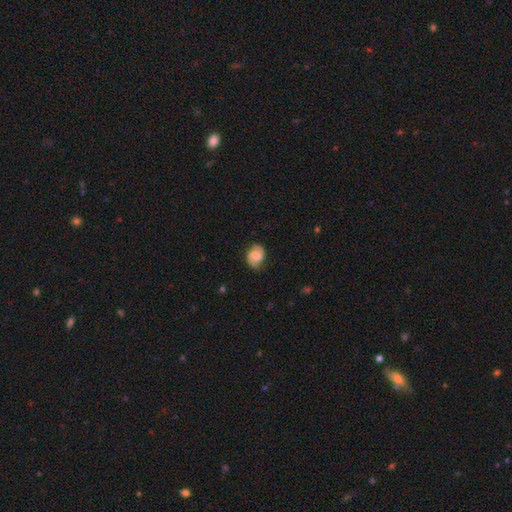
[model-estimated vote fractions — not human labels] smooth_or_featured: featured or disk (p=0.77) [alt: smooth p=0.17]
disk_edge_on: no (p=0.98) [alt: yes p=0.02]
bar: weak (p=0.48) [alt: no p=0.41]
has_spiral_arms: yes (p=0.96) [alt: no p=0.04]
spiral_winding: medium (p=0.51) [alt: tight p=0.25]
spiral_arm_count: 2 (p=0.92) [alt: can't tell p=0.03]
bulge_size: moderate (p=0.35) [alt: small p=0.28]
merging: none (p=0.80) [alt: minor disturbance p=0.15]